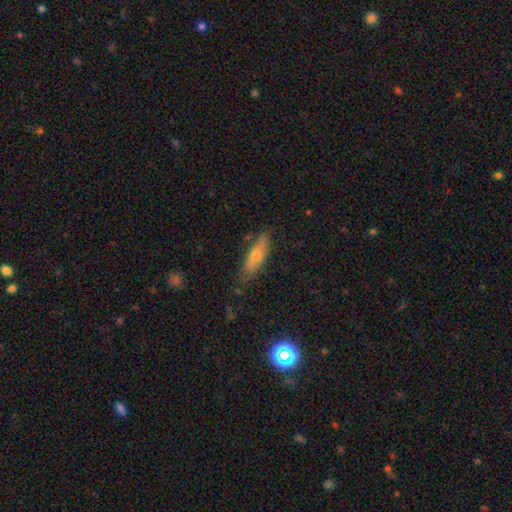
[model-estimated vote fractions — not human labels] smooth 58%, featured or disk 33%, star or artifact 9%. Down the decision tree: how rounded — cigar-shaped (59%); merging — none (78%).